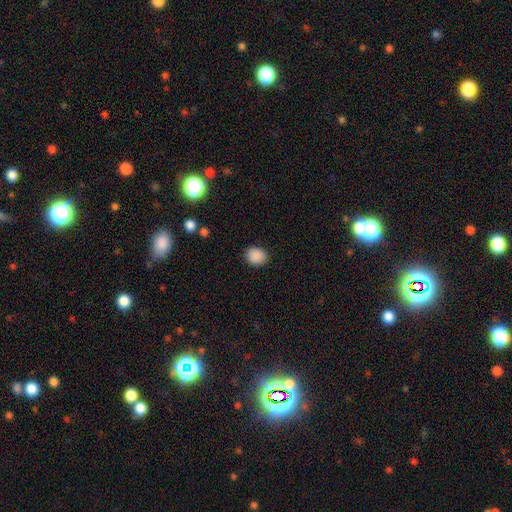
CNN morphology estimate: Smooth or featured? smooth (88%)
How rounded? round (61%)
Merging? none (88%)